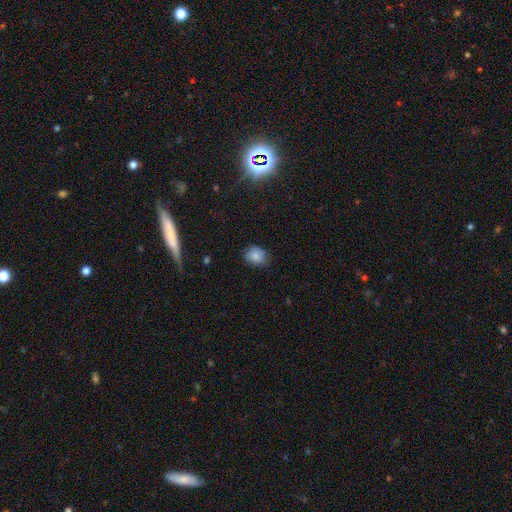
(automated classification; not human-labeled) Smooth or featured? smooth (84%)
How rounded? round (62%)
Merging? none (81%)